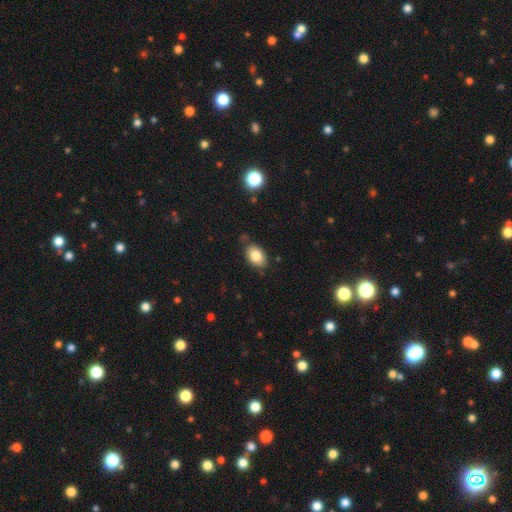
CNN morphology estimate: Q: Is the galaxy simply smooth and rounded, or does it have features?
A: smooth — 84%.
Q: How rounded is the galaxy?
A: in between — 88%.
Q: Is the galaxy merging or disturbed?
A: none — 79%.